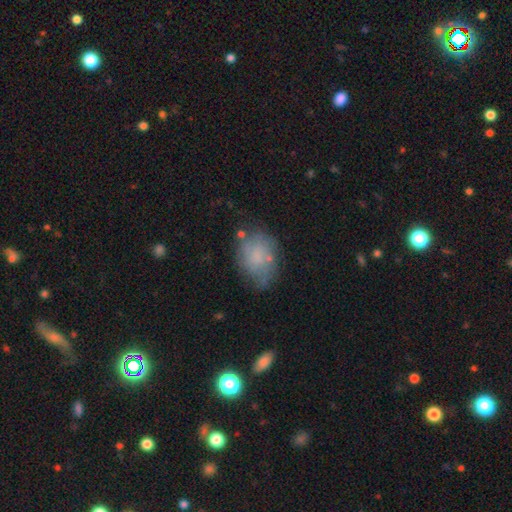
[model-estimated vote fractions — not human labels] Q: Smooth or featured?
A: smooth (62%); runner-up: featured or disk (28%)
Q: How rounded?
A: in between (77%); runner-up: round (22%)
Q: Merging?
A: none (54%); runner-up: minor disturbance (29%)